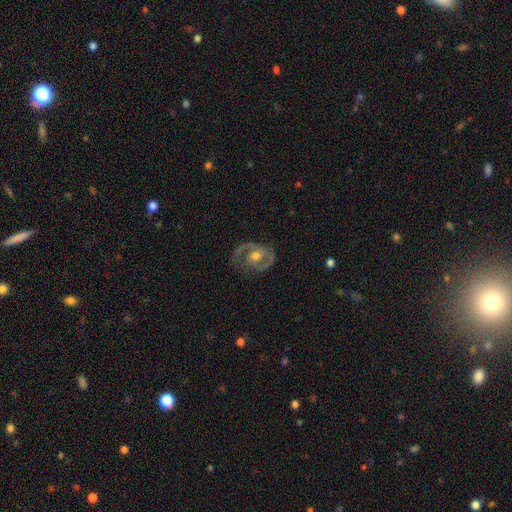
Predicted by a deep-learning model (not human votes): Smooth or featured? featured or disk (81%)
Edge-on disk? no (97%)
Bar? no (59%)
Spiral arms? yes (81%)
Spiral winding? medium (48%)
Spiral arm count? 2 (76%)
Bulge size? moderate (72%)
Merging? none (73%)